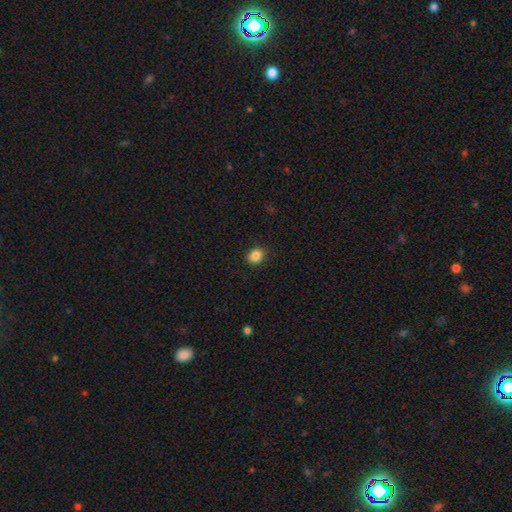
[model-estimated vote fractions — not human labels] This appears to be a smooth galaxy with no disk features (86%) that is round (54%). Merging: none (89%).